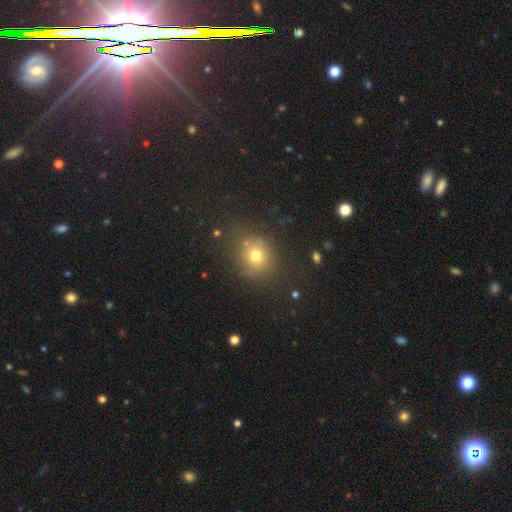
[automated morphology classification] Smooth or featured: smooth — 72% (star or artifact — 19%)
How rounded: round — 79% (in between — 20%)
Merging: none — 75% (minor disturbance — 14%)